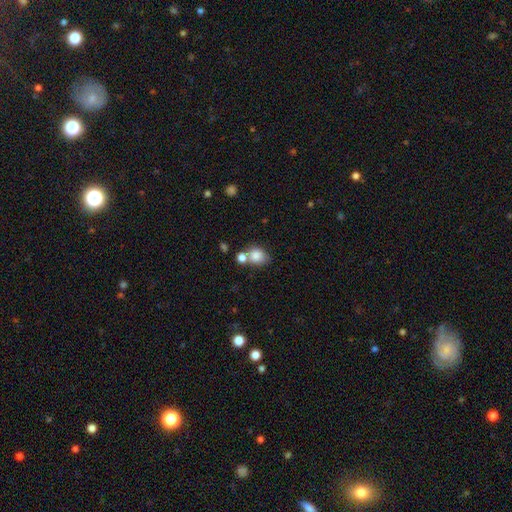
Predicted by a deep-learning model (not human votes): Smooth or featured?
  - smooth: 82% *
  - star or artifact: 10%
  - featured or disk: 8%
How rounded?
  - round: 60% *
  - in between: 39%
  - cigar-shaped: 1%
Merging?
  - none: 50% *
  - merger: 32%
  - minor disturbance: 13%
  - major disturbance: 5%